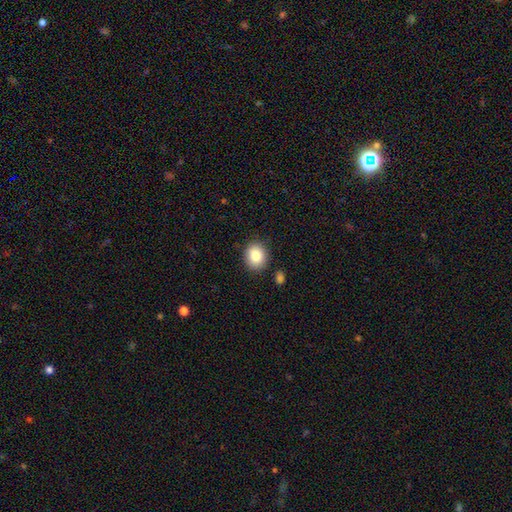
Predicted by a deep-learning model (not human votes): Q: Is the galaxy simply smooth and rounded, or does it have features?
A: smooth — 85%.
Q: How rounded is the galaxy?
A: round — 66%.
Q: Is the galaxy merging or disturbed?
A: none — 86%.